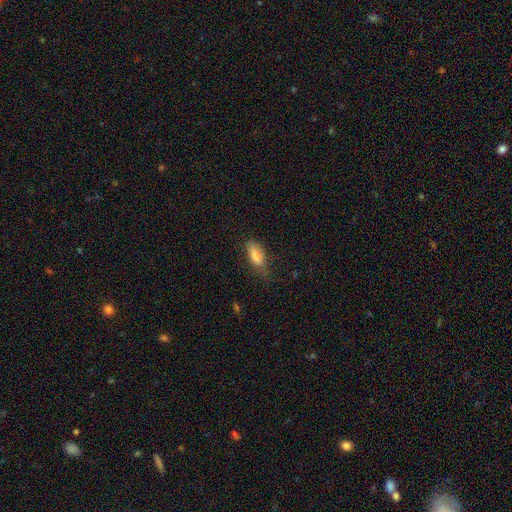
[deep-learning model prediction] Overall: smooth (82%). How rounded: in between (75%). Merging: none (55%; minor disturbance 32%).